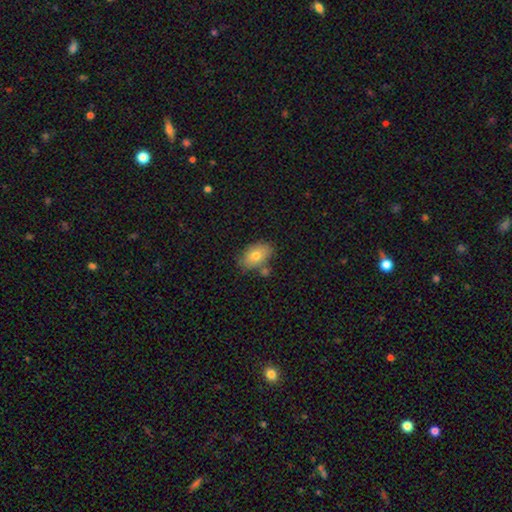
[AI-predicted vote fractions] smooth-or-featured: smooth: 76% | featured or disk: 16% | star or artifact: 8%
  how-rounded: in between: 87% | round: 12% | cigar-shaped: 2%
  merging: none: 67% | minor disturbance: 17% | merger: 12% | major disturbance: 4%